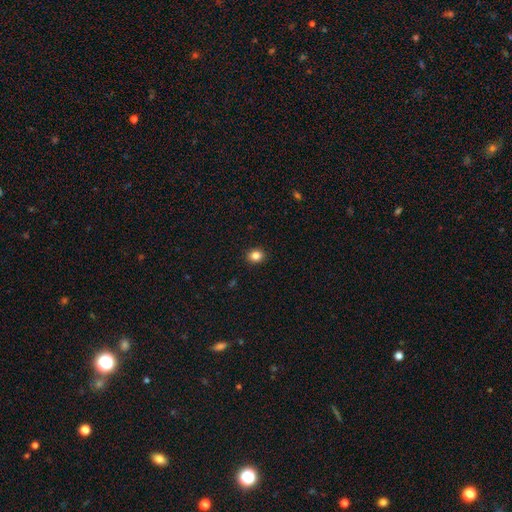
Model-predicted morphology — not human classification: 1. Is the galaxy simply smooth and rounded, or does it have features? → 84% smooth, 11% star or artifact, 5% featured or disk.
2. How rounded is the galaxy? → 74% round, 26% in between, 1% cigar-shaped.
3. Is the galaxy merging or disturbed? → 91% none, 6% minor disturbance, 2% major disturbance, 1% merger.